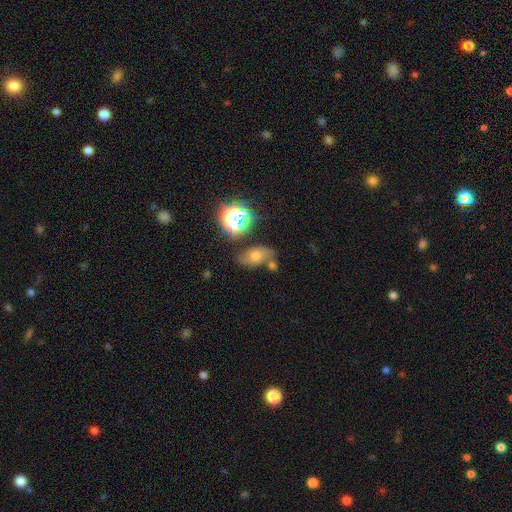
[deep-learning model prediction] A smooth galaxy with no disk features (48%).

Vote fractions:
- Smooth or featured? smooth: 48% / star or artifact: 27% / featured or disk: 26%
- Merging? none: 60% / minor disturbance: 19% / merger: 14% / major disturbance: 7%